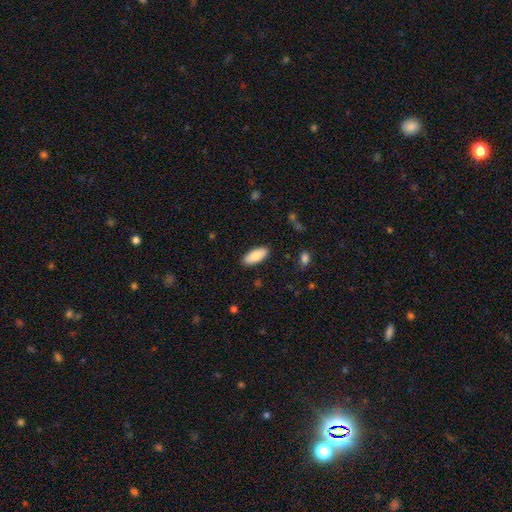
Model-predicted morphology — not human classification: smooth 79%, featured or disk 15%, star or artifact 6%. Down the decision tree: how rounded — in between (83%); merging — none (88%).